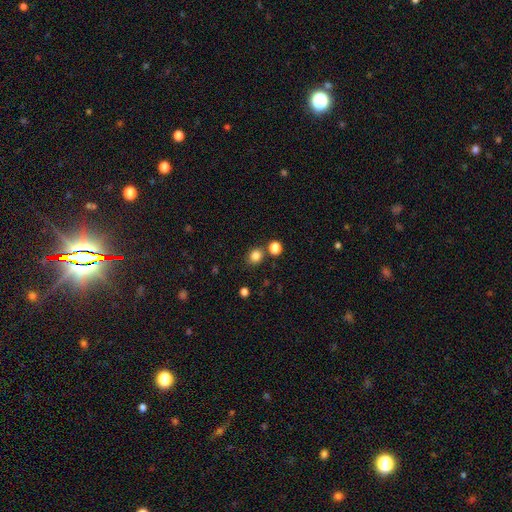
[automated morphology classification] Smooth or featured? smooth (83%)
How rounded? round (75%)
Merging? none (76%)